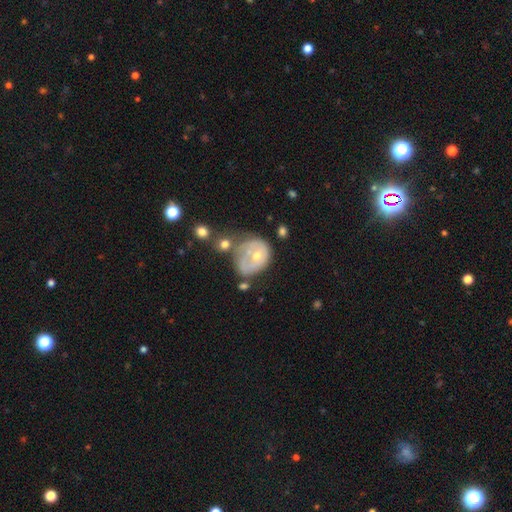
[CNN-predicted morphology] featured or disk 53%, smooth 39%, star or artifact 8%. Down the decision tree: edge-on disk — no (97%); bar — no (84%); spiral arms — no (60%); bulge size — moderate (57%); merging — minor disturbance (29%, tied with major disturbance).